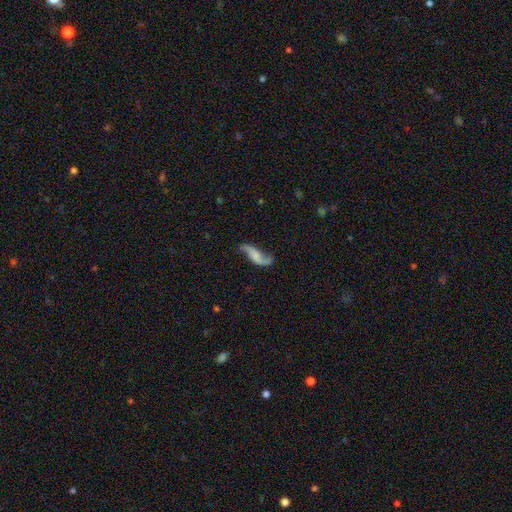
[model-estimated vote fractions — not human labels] smooth-or-featured: featured or disk: 78% | smooth: 15% | star or artifact: 7%
  disk-edge-on: no: 93% | yes: 7%
    bar: no: 52% | weak: 33% | strong: 15%
    has-spiral-arms: yes: 94% | no: 6%
      spiral-winding: loose: 88% | medium: 9% | tight: 3%
      spiral-arm-count: 2: 91% | 1: 4% | can't tell: 2% | 3: 1% | 4: 1% | more than 4: 1%
    bulge-size: none: 52% | small: 25% | moderate: 14% | large: 7% | dominant: 2%
  merging: none: 68% | minor disturbance: 18% | major disturbance: 11% | merger: 3%